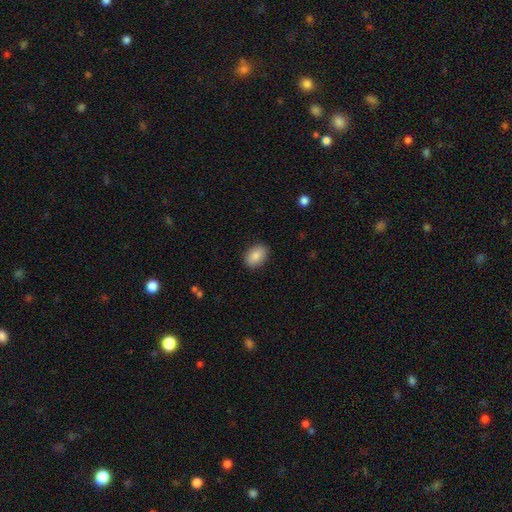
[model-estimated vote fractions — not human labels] Q: Smooth or featured?
A: smooth (85%); runner-up: featured or disk (8%)
Q: How rounded?
A: in between (79%); runner-up: round (19%)
Q: Merging?
A: none (88%); runner-up: minor disturbance (9%)